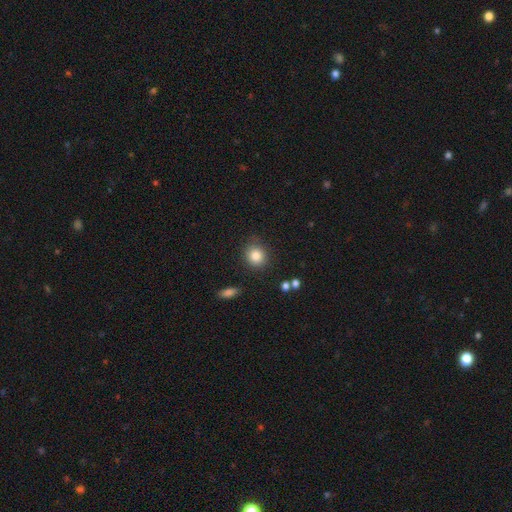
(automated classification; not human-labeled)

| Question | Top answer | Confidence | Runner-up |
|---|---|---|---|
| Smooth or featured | smooth | 84% | star or artifact (10%) |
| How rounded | round | 81% | in between (17%) |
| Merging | none | 83% | minor disturbance (11%) |